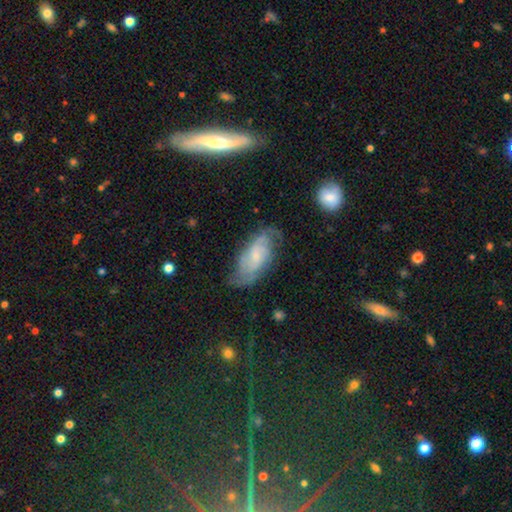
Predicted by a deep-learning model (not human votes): Smooth or featured: featured or disk — 67% (smooth — 25%)
Edge-on disk: no — 94% (yes — 6%)
Bar: no — 59% (weak — 34%)
Spiral arms: yes — 90% (no — 10%)
Spiral winding: medium — 42% (tight — 38%)
Spiral arm count: 2 — 55% (can't tell — 28%)
Bulge size: small — 67% (moderate — 21%)
Merging: none — 61% (minor disturbance — 25%)